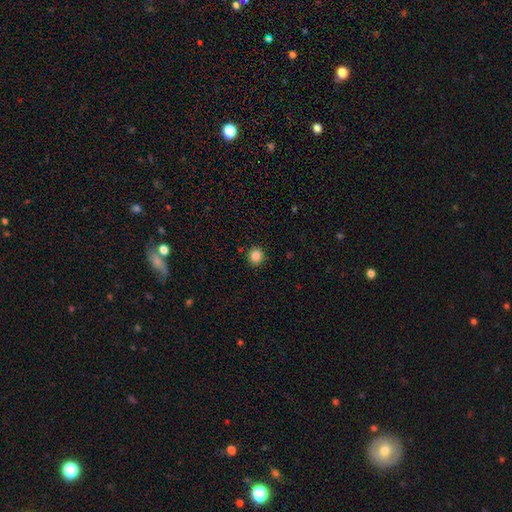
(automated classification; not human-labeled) Overall: smooth (85%). How rounded: round (91%). Merging: none (91%).